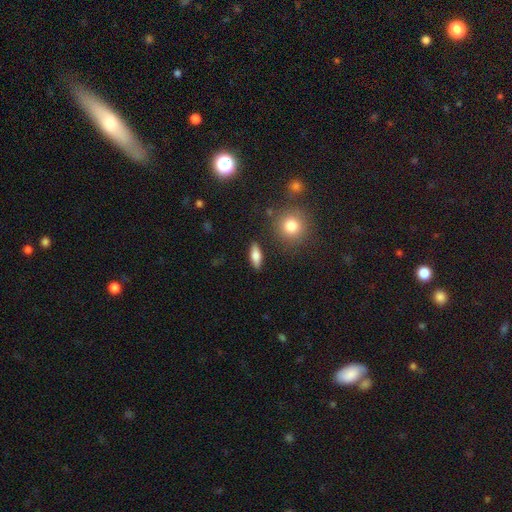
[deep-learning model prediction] This appears to be a smooth galaxy with no disk features (71%) that is in between round and cigar-shaped (64%). Merging: none (87%).